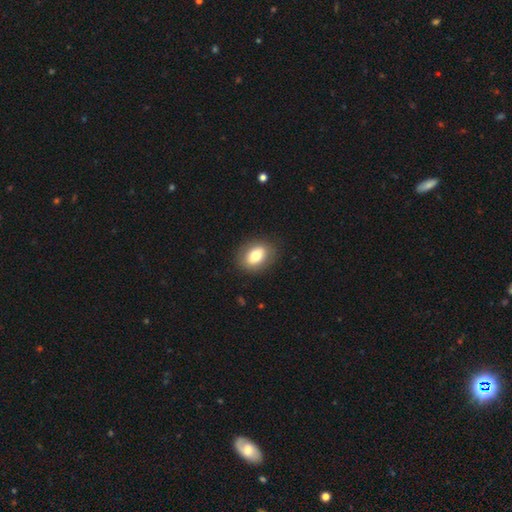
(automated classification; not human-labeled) Q: Smooth or featured?
A: smooth (73%); runner-up: featured or disk (19%)
Q: How rounded?
A: in between (73%); runner-up: round (25%)
Q: Merging?
A: none (86%); runner-up: minor disturbance (9%)